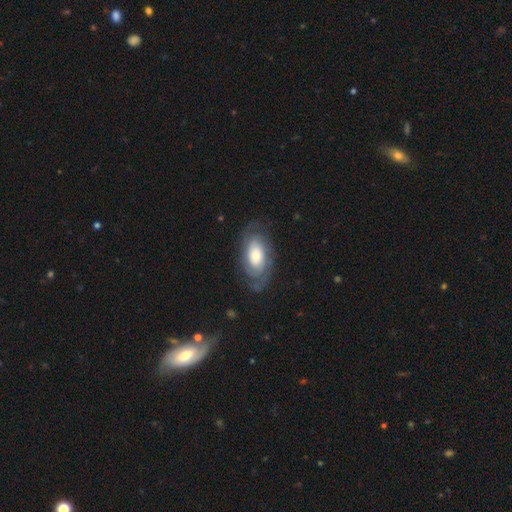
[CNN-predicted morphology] A featured or disk galaxy (67%) with no bar (76%), 2 (45%) tight (61%) spiral arms (88%) and a moderate central bulge (39%). Merging: none (73%).